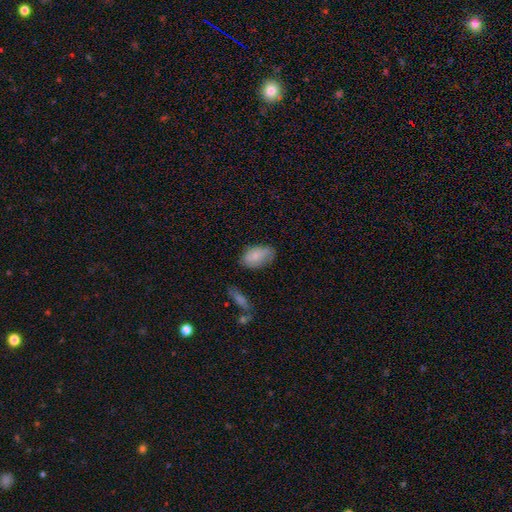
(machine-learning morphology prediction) Q: Smooth or featured?
A: smooth (79%); runner-up: featured or disk (15%)
Q: How rounded?
A: in between (92%); runner-up: round (6%)
Q: Merging?
A: none (63%); runner-up: minor disturbance (27%)